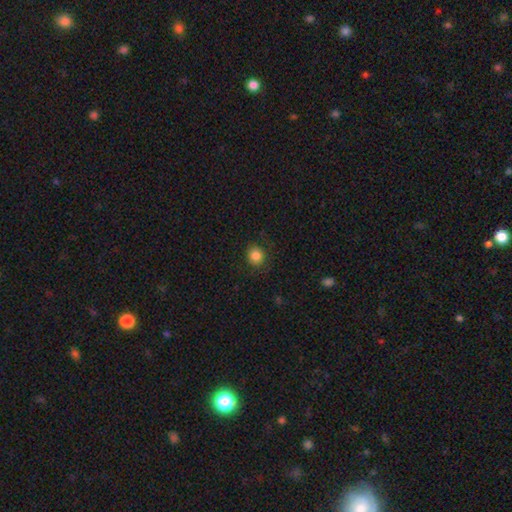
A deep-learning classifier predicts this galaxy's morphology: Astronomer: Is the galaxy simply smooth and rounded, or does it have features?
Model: smooth — 84%.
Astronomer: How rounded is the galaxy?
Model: round — 84%.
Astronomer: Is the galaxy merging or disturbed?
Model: none — 87%.